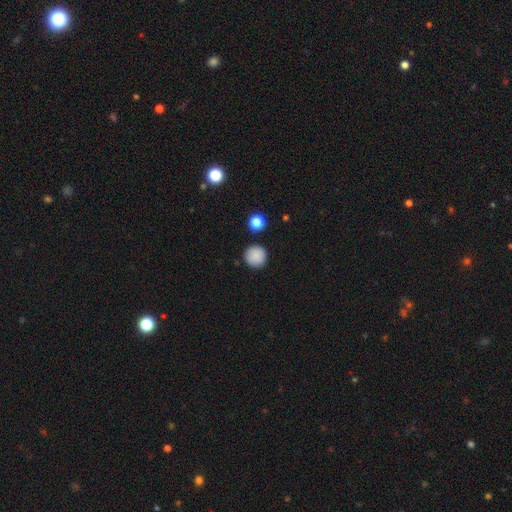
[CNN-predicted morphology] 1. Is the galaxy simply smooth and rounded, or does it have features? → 87% smooth, 9% star or artifact, 4% featured or disk.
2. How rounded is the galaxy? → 95% round, 4% in between, 1% cigar-shaped.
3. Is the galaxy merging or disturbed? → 88% none, 7% minor disturbance, 2% merger, 2% major disturbance.